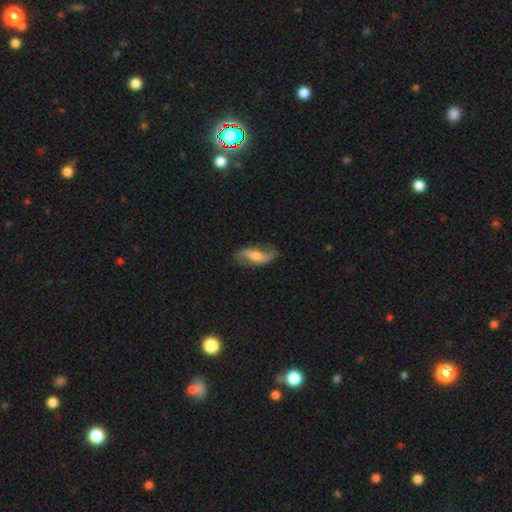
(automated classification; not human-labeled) Smooth or featured? featured or disk (67%)
Edge-on disk? no (90%)
Bar? weak (39%)
Spiral arms? yes (90%)
Spiral winding? loose (78%)
Spiral arm count? 2 (89%)
Bulge size? moderate (45%)
Merging? none (72%)